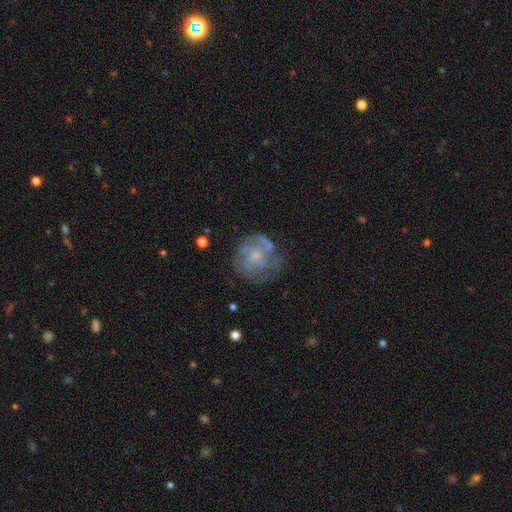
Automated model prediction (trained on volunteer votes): Smooth or featured: featured or disk — 65% (smooth — 27%)
Edge-on disk: no — 98% (yes — 2%)
Bar: no — 76% (weak — 21%)
Spiral arms: yes — 69% (no — 31%)
Bulge size: small — 53% (moderate — 32%)
Merging: none — 60% (minor disturbance — 21%)